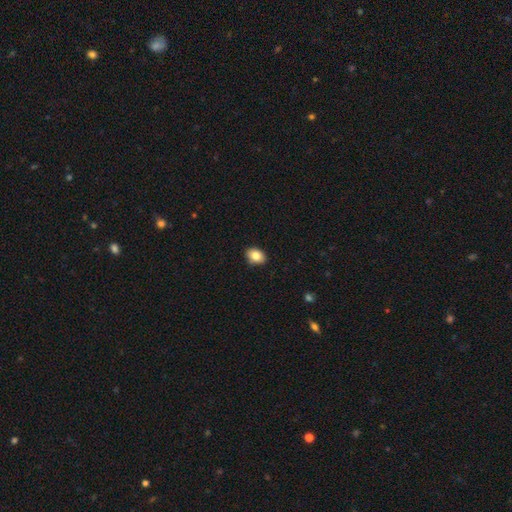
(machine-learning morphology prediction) type=smooth (84%); roundness=in between (73%); merging=none (89%).